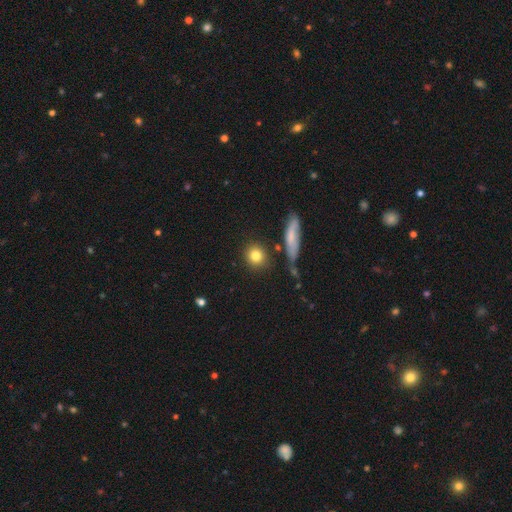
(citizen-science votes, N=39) Smooth or featured?
  - smooth: 85% *
  - featured or disk: 8%
  - star or artifact: 8%
How rounded?
  - round: 85% *
  - in between: 12%
  - cigar-shaped: 3%
Merging?
  - none: 81% *
  - minor disturbance: 8%
  - major disturbance: 8%
  - merger: 3%